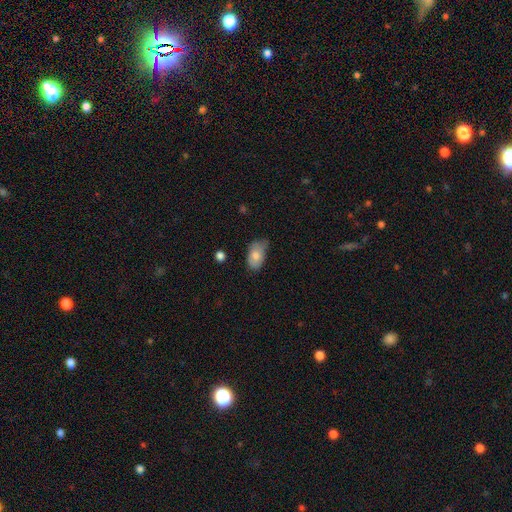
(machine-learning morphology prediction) The model was most divided on "merging": none: 49%, minor disturbance: 40%, major disturbance: 9%, merger: 2%. More confident: how rounded — in between (91%); smooth or featured — smooth (77%).